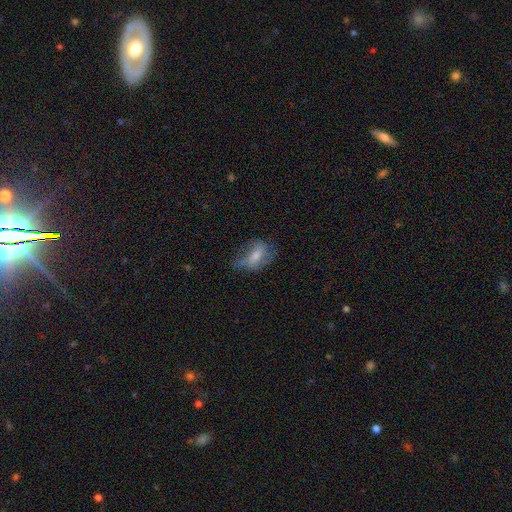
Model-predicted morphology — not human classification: Smooth or featured? Predicted: featured or disk (p=0.45, tied with smooth). Merging? Predicted: none (p=0.54).